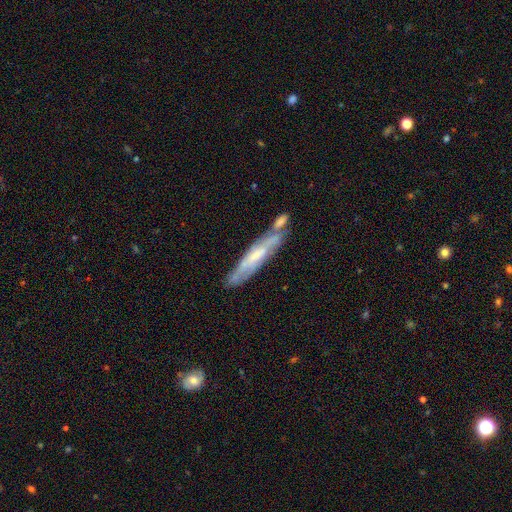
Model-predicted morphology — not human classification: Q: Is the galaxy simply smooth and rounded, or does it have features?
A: featured or disk — 60%.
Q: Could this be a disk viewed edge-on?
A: yes — 63%.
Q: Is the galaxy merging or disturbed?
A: none — 56%.